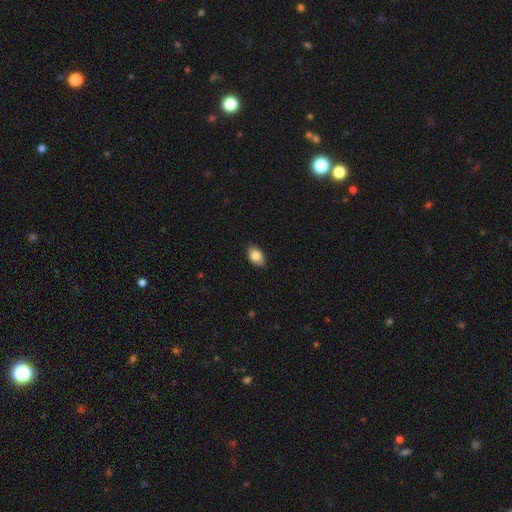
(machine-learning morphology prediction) The model was most divided on "smooth or featured": smooth: 84%, featured or disk: 8%, star or artifact: 8%. More confident: how rounded — in between (88%); merging — none (87%).